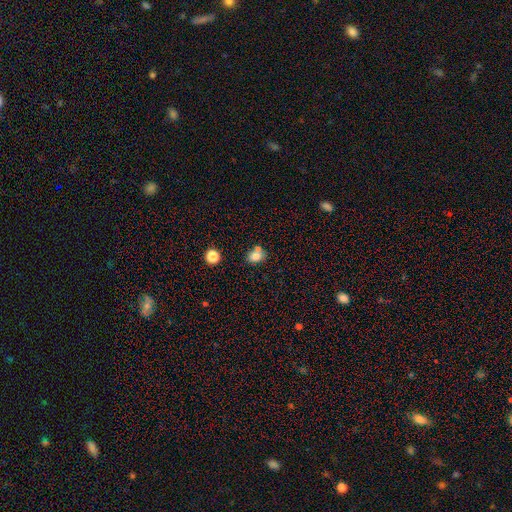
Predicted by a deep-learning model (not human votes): Morphology: type=smooth (79%); roundness=in between (54%); merging=none (56%).